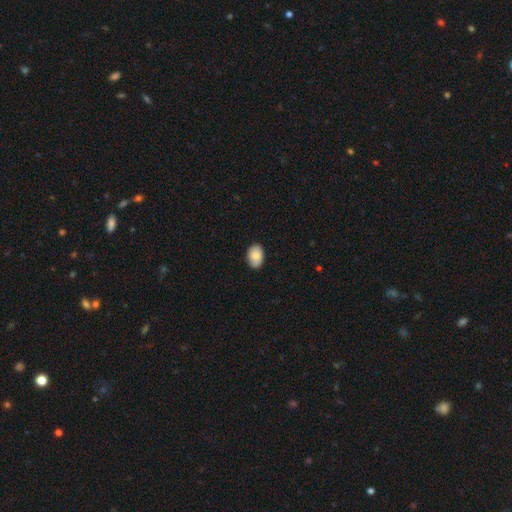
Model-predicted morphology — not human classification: smooth-or-featured: smooth: 84% | featured or disk: 9% | star or artifact: 7%
  how-rounded: in between: 85% | round: 14% | cigar-shaped: 1%
  merging: none: 84% | minor disturbance: 13% | major disturbance: 2% | merger: 1%